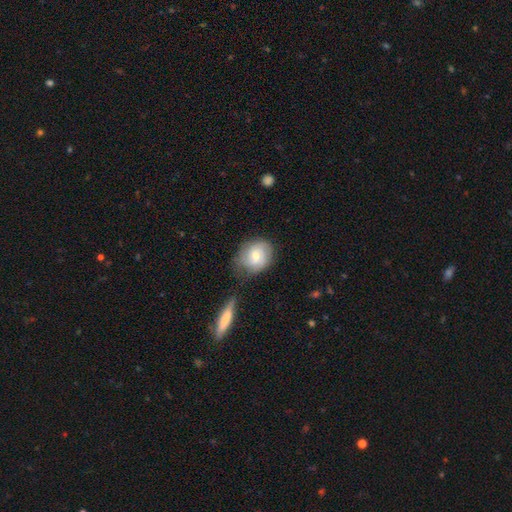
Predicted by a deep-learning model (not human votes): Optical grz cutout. It shows a smooth galaxy with no disk features (48%). Merging: none (64%).